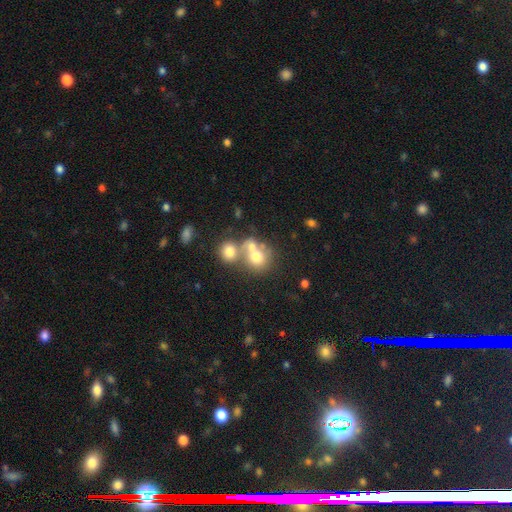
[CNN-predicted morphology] A smooth galaxy with no disk features (64%) that is round (75%). Merging: merger (54%).